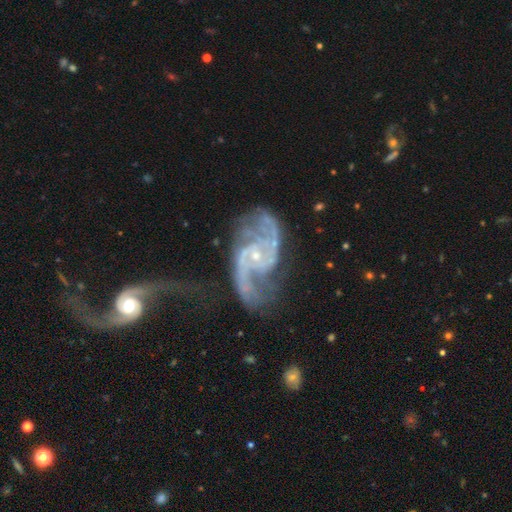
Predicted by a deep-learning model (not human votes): Morphology: type=featured or disk (91%); edge-on=no (98%); bar=no (62%); spiral arms=yes (97%); winding=medium (52%); arm count=2 (61%); bulge=small (78%); merging=none (35%).